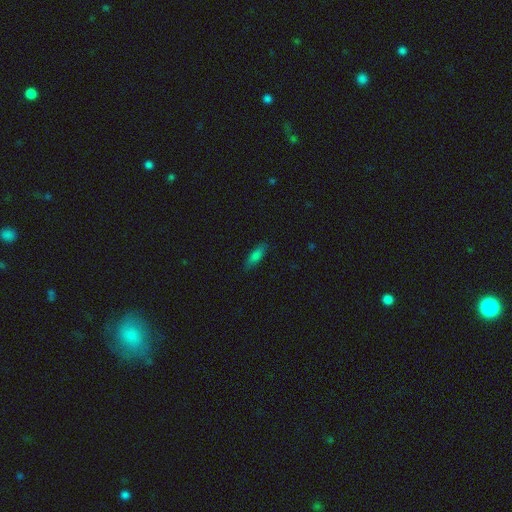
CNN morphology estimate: A smooth galaxy with no disk features (78%) that is in between round and cigar-shaped (53%). Merging: none (84%).